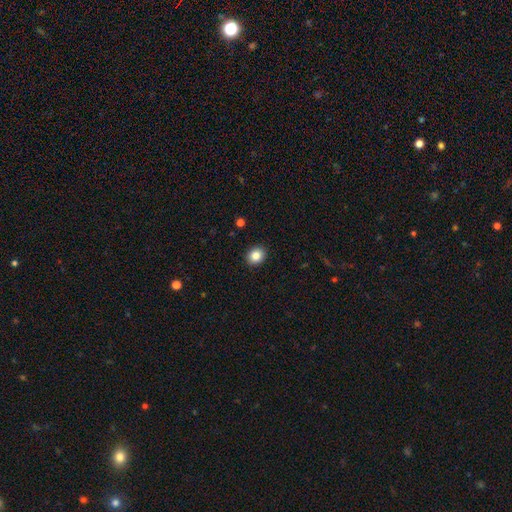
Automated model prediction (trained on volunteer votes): Overall: smooth (85%). How rounded: round (68%; in between 32%). Merging: none (92%).